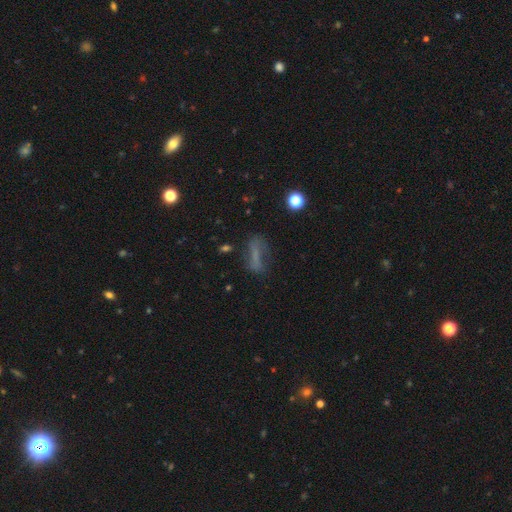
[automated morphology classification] smooth-or-featured: smooth: 55% | featured or disk: 28% | star or artifact: 18%
  how-rounded: cigar-shaped: 55% | in between: 39% | round: 6%
  merging: none: 60% | minor disturbance: 21% | major disturbance: 15% | merger: 5%